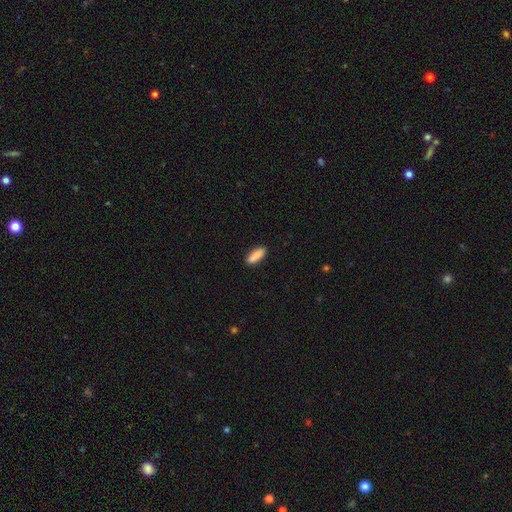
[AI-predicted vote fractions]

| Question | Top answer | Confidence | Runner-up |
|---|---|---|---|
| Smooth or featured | smooth | 89% | star or artifact (6%) |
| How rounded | in between | 59% | cigar-shaped (39%) |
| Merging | none | 88% | minor disturbance (9%) |